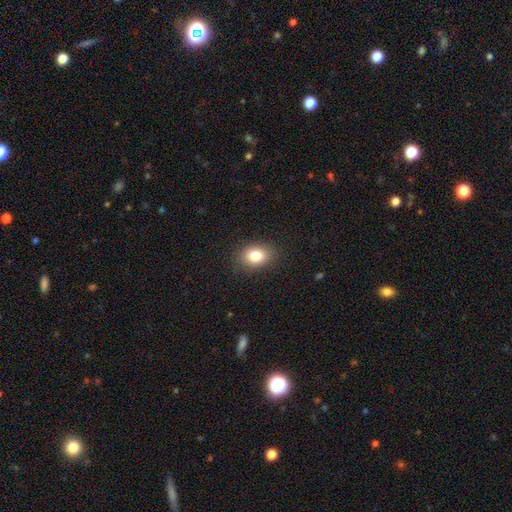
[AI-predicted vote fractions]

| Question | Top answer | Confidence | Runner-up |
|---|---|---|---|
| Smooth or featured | smooth | 82% | star or artifact (10%) |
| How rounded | in between | 68% | round (31%) |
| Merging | none | 87% | minor disturbance (10%) |